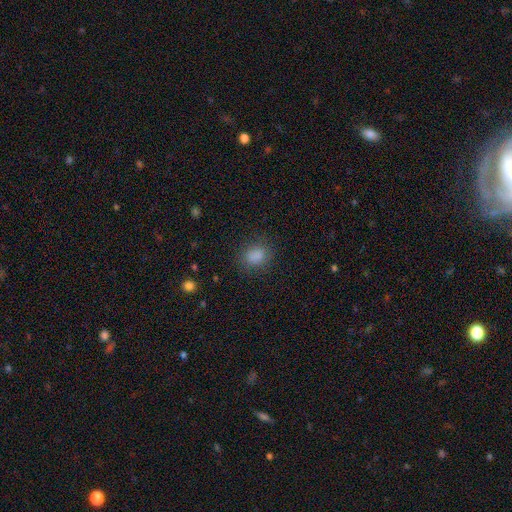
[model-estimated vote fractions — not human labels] Q: Smooth or featured?
A: smooth (85%); runner-up: star or artifact (11%)
Q: How rounded?
A: in between (52%); runner-up: round (47%)
Q: Merging?
A: none (81%); runner-up: minor disturbance (13%)